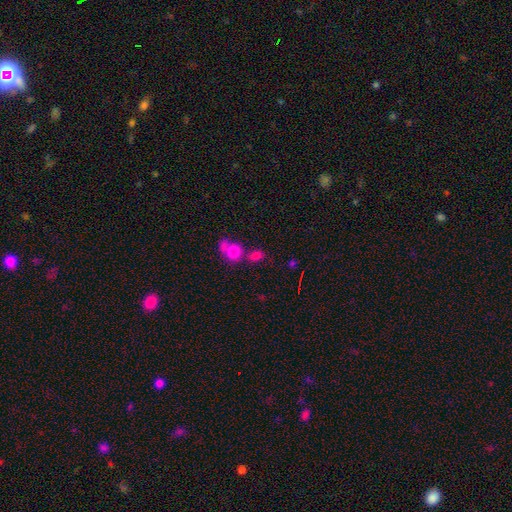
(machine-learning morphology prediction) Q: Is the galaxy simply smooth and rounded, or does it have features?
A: smooth — 77%.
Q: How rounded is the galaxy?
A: round — 54%.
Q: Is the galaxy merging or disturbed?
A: none — 49%.